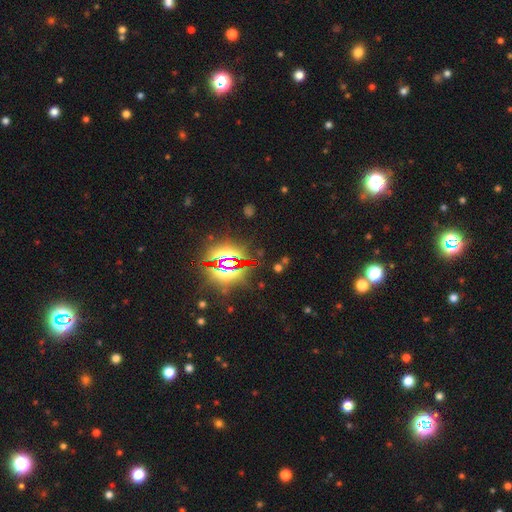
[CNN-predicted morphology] The model was most divided on "smooth or featured": star or artifact: 85%, smooth: 9%, featured or disk: 7%.